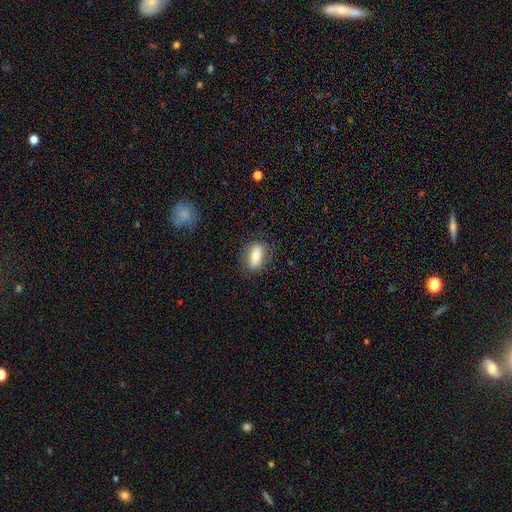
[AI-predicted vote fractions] smooth_or_featured: smooth (p=0.63) [alt: featured or disk p=0.29]
how_rounded: in between (p=0.77) [alt: cigar-shaped p=0.15]
merging: none (p=0.80) [alt: minor disturbance p=0.14]